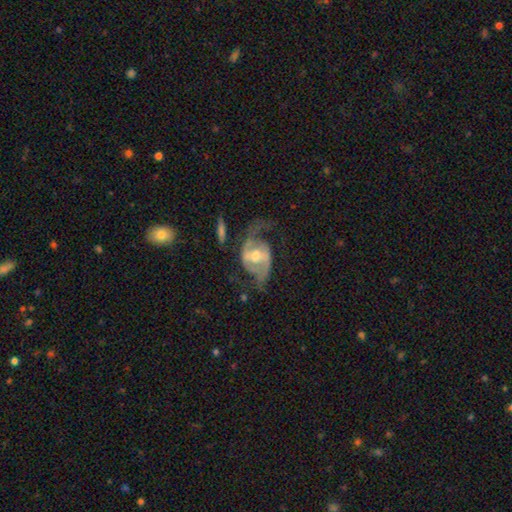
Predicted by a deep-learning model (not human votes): Overall: featured or disk (84%). Edge-on disk: no (96%). Bar: weak (45%; no 30%). Spiral arms: yes (91%). Spiral arm count: 2 (86%). Spiral winding: loose (46%; medium 42%). Bulge size: moderate (65%). Merging: none (51%; major disturbance 26%).